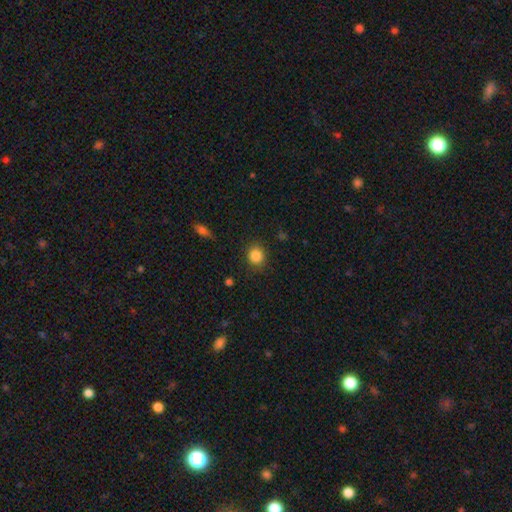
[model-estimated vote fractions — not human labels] Smooth or featured? smooth (86%)
How rounded? round (81%)
Merging? none (86%)